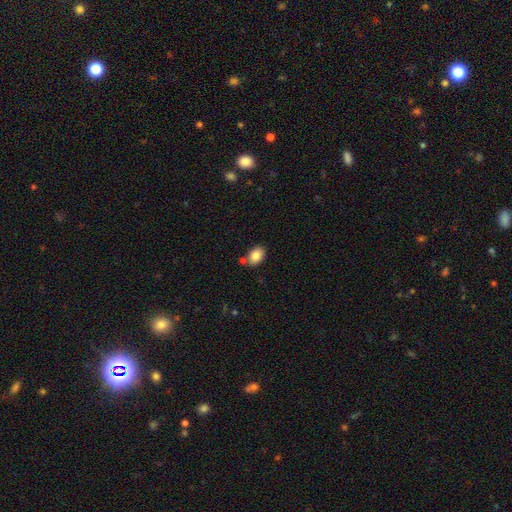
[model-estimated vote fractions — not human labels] Smooth or featured? smooth (84%)
How rounded? in between (79%)
Merging? none (75%)